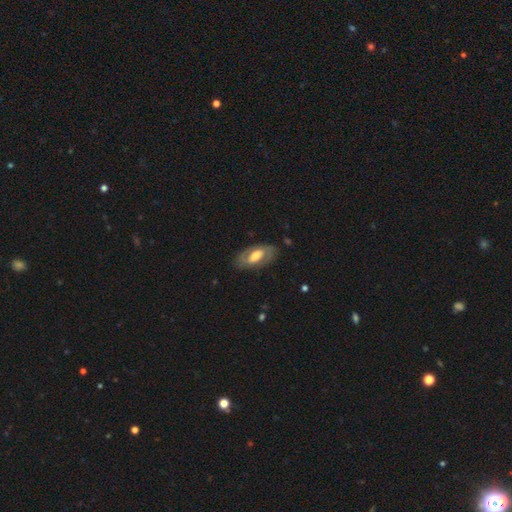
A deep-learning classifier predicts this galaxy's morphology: A featured or disk galaxy (60%) with no bar (38%), spiral arms (55%) and a moderate central bulge (55%). Merging: none (78%).